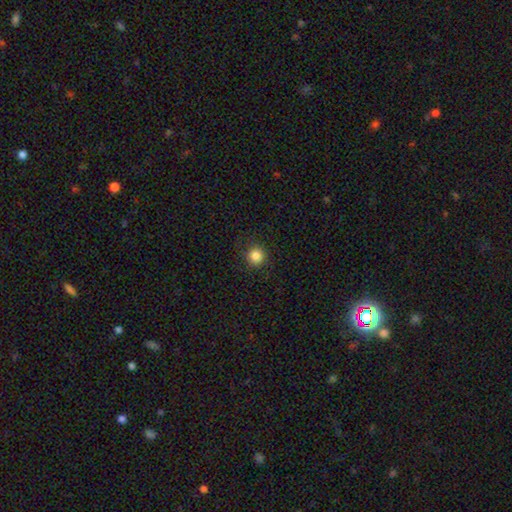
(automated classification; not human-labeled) Overall: smooth (85%). How rounded: round (93%). Merging: none (89%).